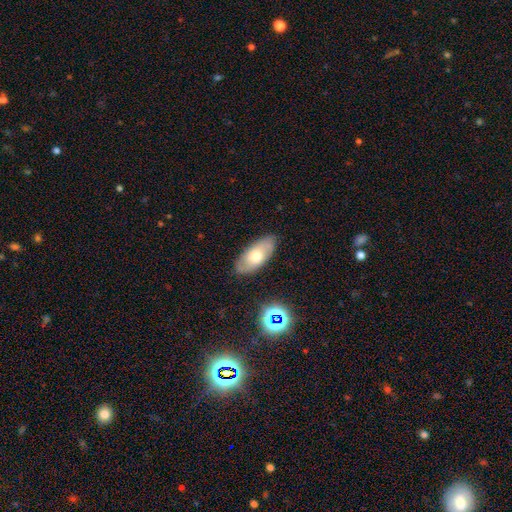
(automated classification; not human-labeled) This appears to be a smooth galaxy with no disk features (52%) that is in between round and cigar-shaped (88%). Merging: none (83%).